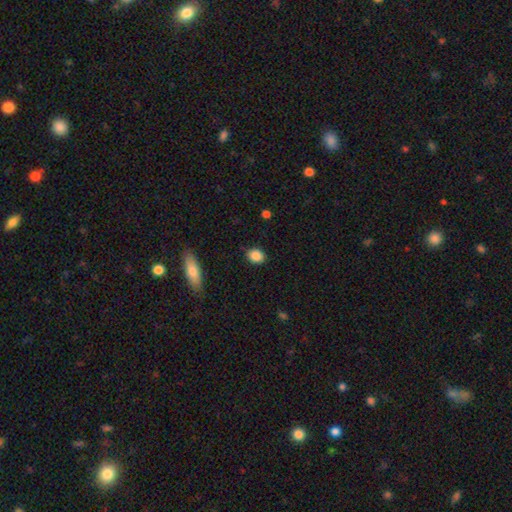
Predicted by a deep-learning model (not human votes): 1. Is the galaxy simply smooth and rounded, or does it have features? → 87% smooth, 9% star or artifact, 5% featured or disk.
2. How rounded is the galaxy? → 50% round, 48% in between, 2% cigar-shaped.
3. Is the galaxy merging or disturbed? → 87% none, 9% minor disturbance, 2% major disturbance, 1% merger.